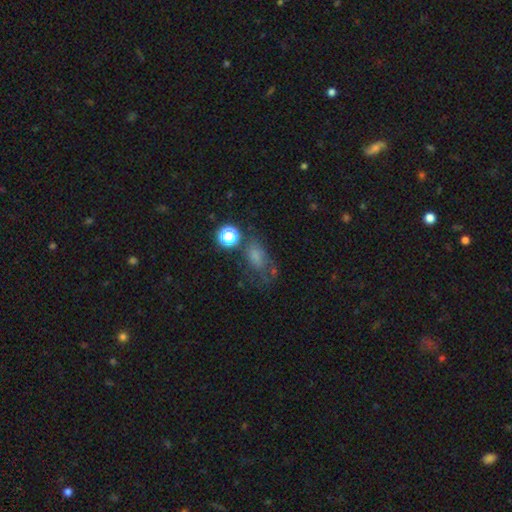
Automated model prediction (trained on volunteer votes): smooth 62%, star or artifact 21%, featured or disk 18%. Down the decision tree: how rounded — in between (75%); merging — none (40%).